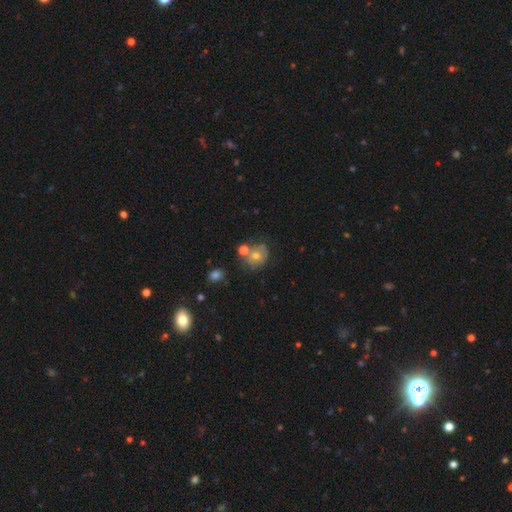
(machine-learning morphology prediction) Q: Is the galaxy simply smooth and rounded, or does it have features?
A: smooth — 56%.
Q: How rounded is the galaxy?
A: round — 65%.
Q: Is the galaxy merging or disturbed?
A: none — 50%.